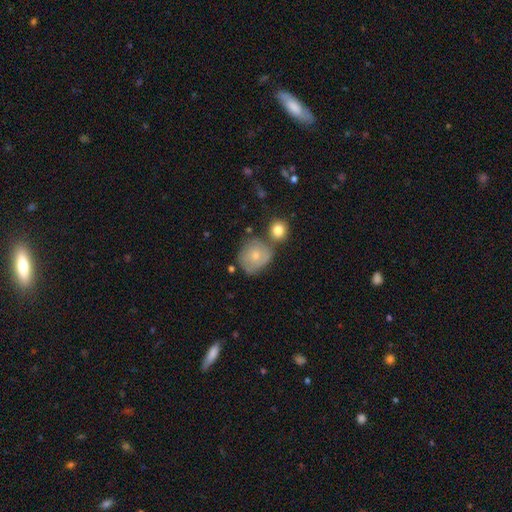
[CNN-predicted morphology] Smooth or featured: smooth — 61% (featured or disk — 32%)
How rounded: round — 81% (in between — 18%)
Merging: none — 52% (minor disturbance — 22%)